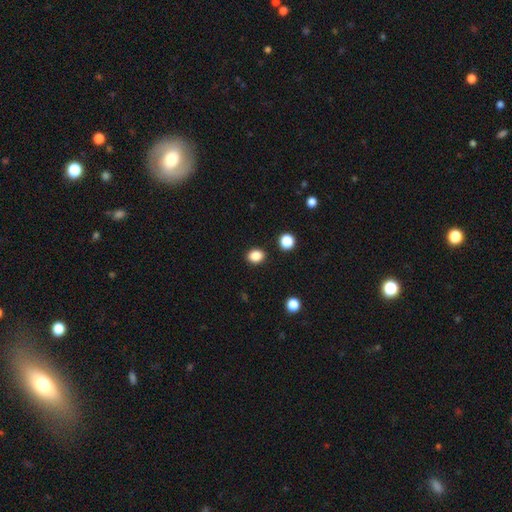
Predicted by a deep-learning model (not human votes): A smooth galaxy with no disk features (86%) that is round (51%). Merging: none (89%).